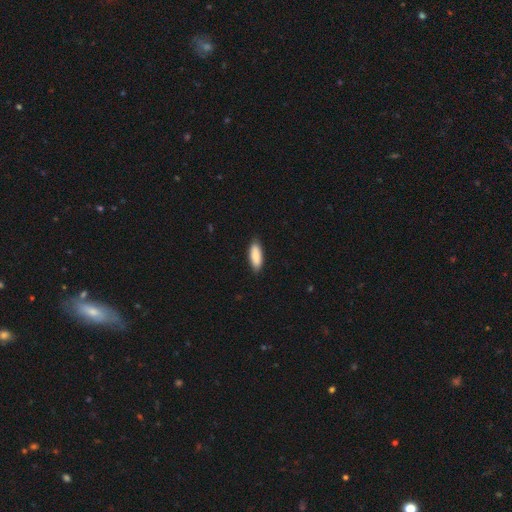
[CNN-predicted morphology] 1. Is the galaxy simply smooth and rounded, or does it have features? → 88% smooth, 7% featured or disk, 5% star or artifact.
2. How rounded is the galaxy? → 71% in between, 27% cigar-shaped, 2% round.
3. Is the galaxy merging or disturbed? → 87% none, 11% minor disturbance, 2% major disturbance, 1% merger.